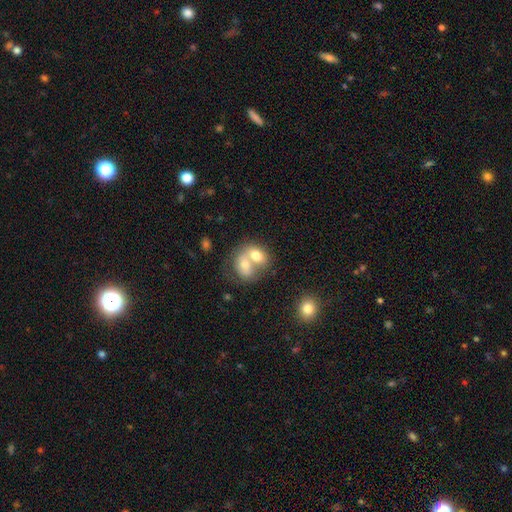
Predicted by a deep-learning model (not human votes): Smooth or featured: smooth — 67% (featured or disk — 26%)
How rounded: in between — 63% (round — 36%)
Merging: merger — 75% (none — 16%)